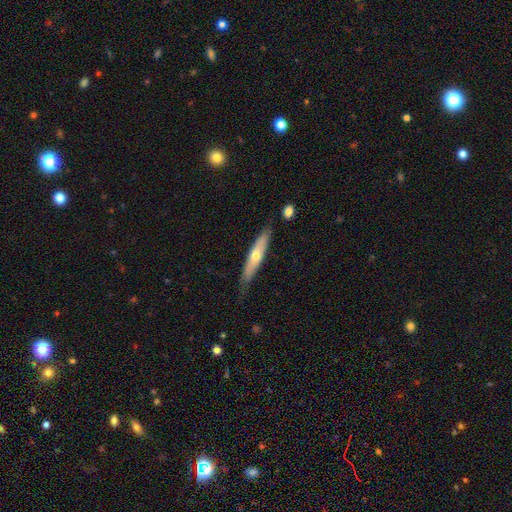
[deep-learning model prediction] smooth_or_featured: featured or disk (p=0.50) [alt: smooth p=0.45]
merging: none (p=0.77) [alt: minor disturbance p=0.18]